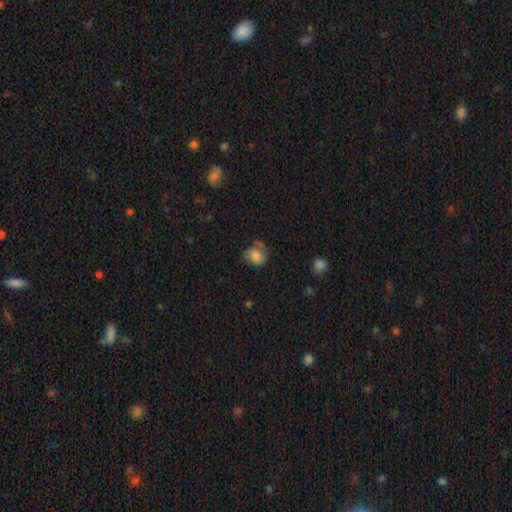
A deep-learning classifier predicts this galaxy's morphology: Smooth or featured: smooth — 66% (featured or disk — 25%)
How rounded: round — 58% (in between — 41%)
Merging: none — 43% (minor disturbance — 31%)